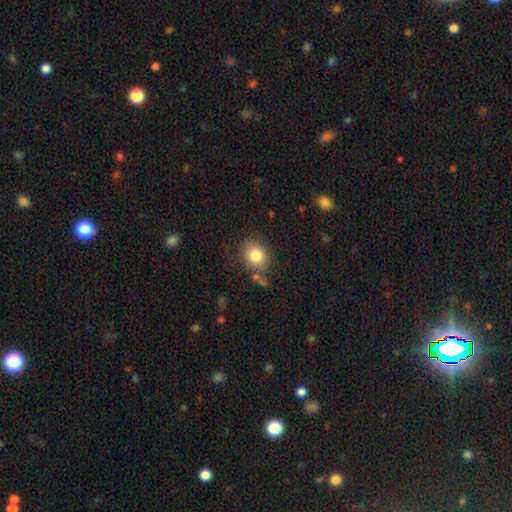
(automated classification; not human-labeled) A smooth galaxy with no disk features (81%) that is round (63%). Merging: none (73%).